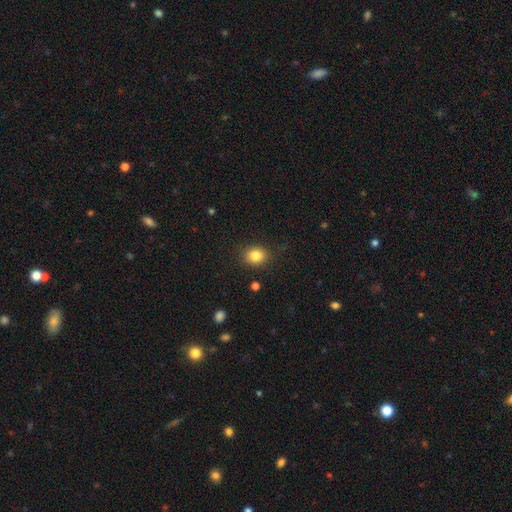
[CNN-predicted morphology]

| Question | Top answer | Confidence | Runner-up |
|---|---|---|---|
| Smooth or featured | smooth | 84% | star or artifact (10%) |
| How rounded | round | 62% | in between (37%) |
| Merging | none | 85% | minor disturbance (10%) |